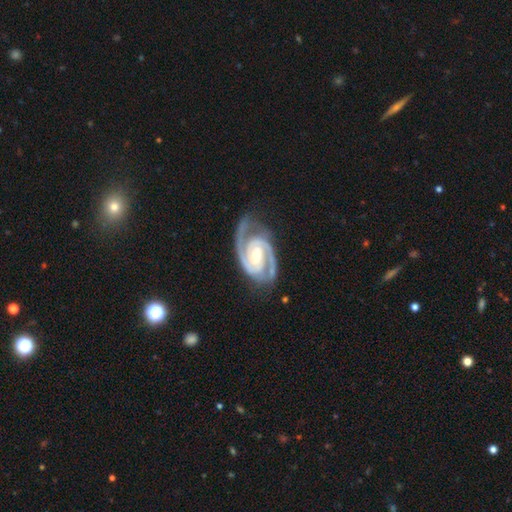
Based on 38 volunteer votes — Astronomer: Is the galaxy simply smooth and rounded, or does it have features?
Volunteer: featured or disk — 95%.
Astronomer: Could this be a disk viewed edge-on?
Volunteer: no — 100%.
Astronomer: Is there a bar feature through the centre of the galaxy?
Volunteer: no — 56% (runner-up: weak, 36%).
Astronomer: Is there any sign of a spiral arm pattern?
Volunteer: yes — 100%.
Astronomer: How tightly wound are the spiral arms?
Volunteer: tight — 56% (runner-up: medium, 42%).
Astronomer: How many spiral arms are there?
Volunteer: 2 — 100%.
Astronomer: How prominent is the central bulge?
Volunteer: small — 64%.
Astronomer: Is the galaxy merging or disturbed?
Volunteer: none — 68%.